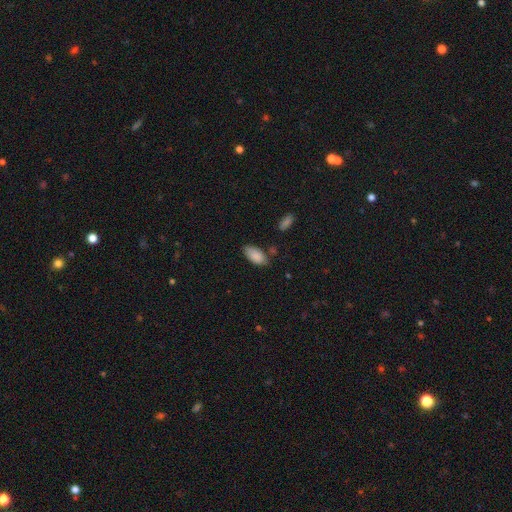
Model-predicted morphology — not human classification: This appears to be a smooth galaxy with no disk features (88%) that is in between round and cigar-shaped (93%). Merging: none (71%).